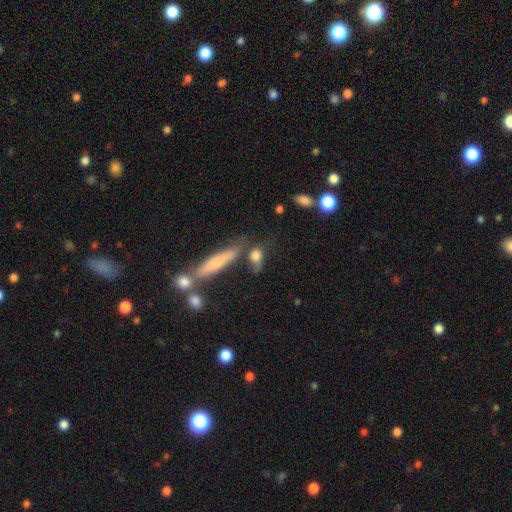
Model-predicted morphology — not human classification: This appears to be a smooth galaxy with no disk features (73%) that is in between round and cigar-shaped (47%). Merging: none (46%).